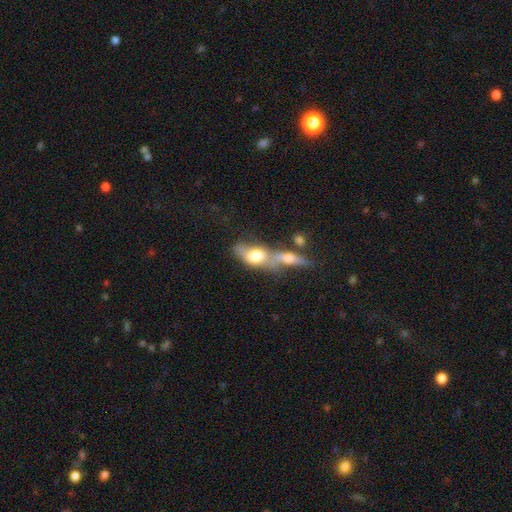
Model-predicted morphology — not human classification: Smooth or featured?
  - smooth: 59% *
  - featured or disk: 33%
  - star or artifact: 8%
How rounded?
  - in between: 79% *
  - cigar-shaped: 13%
  - round: 9%
Merging?
  - merger: 66% *
  - none: 17%
  - major disturbance: 9%
  - minor disturbance: 9%